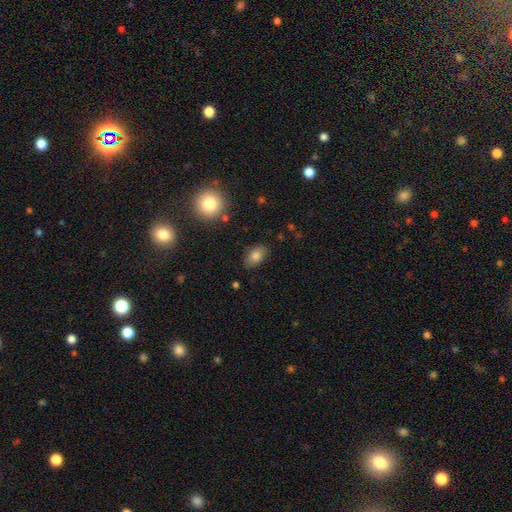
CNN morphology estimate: A smooth galaxy with no disk features (81%) that is in between round and cigar-shaped (89%). Merging: none (83%).